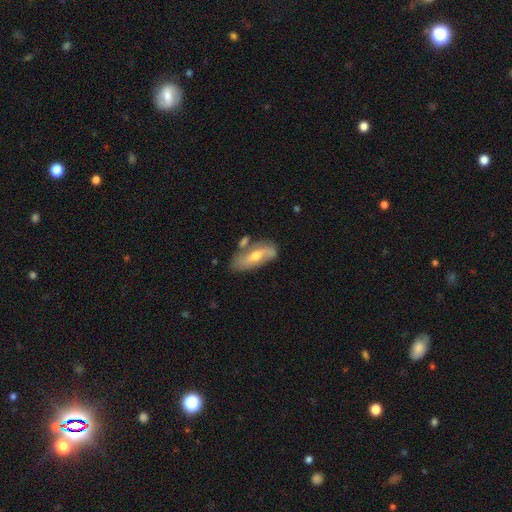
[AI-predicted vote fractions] This is likely a featured or disk galaxy (61%). It is likely not viewed edge-on (79%). Merging: possibly none (59%).